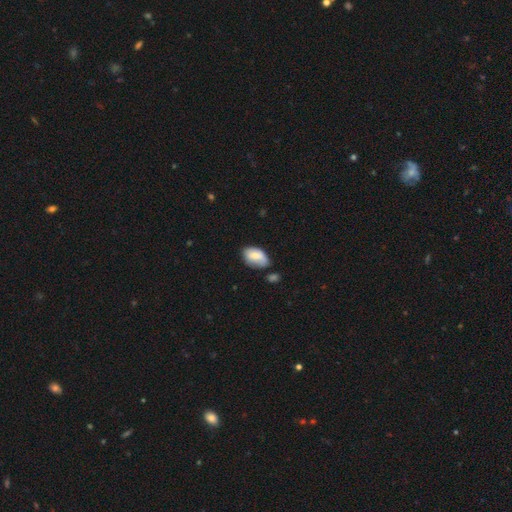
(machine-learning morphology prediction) A smooth galaxy with no disk features (75%) that is in between round and cigar-shaped (91%).

Vote fractions:
- Smooth or featured? smooth: 75% / featured or disk: 18% / star or artifact: 7%
- How rounded? in between: 91% / round: 7% / cigar-shaped: 2%
- Merging? none: 51% / minor disturbance: 34% / major disturbance: 8% / merger: 7%